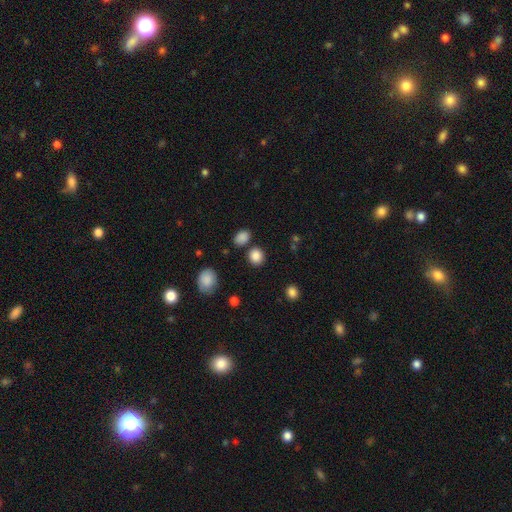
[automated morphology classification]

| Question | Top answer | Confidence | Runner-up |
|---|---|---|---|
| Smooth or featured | smooth | 86% | star or artifact (11%) |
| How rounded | round | 82% | in between (17%) |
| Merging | none | 83% | minor disturbance (8%) |